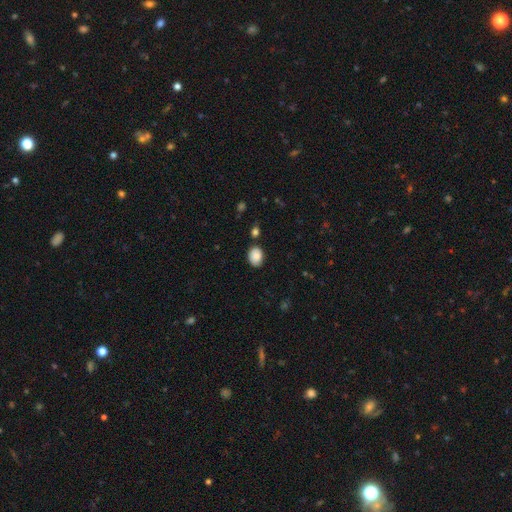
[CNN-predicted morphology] Smooth or featured? Predicted: smooth (p=0.88). How rounded? Predicted: in between (p=0.67). Merging? Predicted: none (p=0.78).